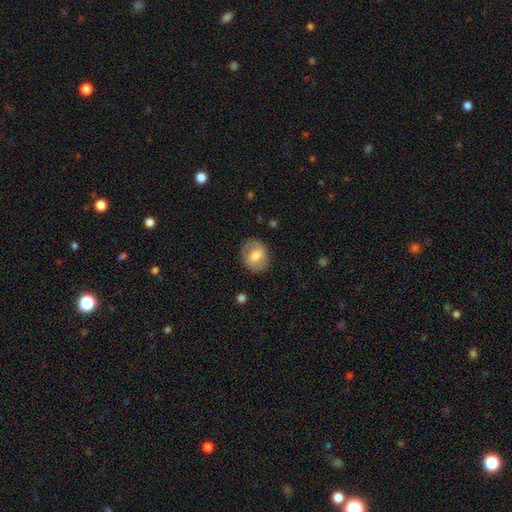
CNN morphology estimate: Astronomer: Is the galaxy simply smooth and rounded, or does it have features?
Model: smooth — 64%.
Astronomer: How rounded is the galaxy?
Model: round — 69%.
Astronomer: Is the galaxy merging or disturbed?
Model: none — 84%.